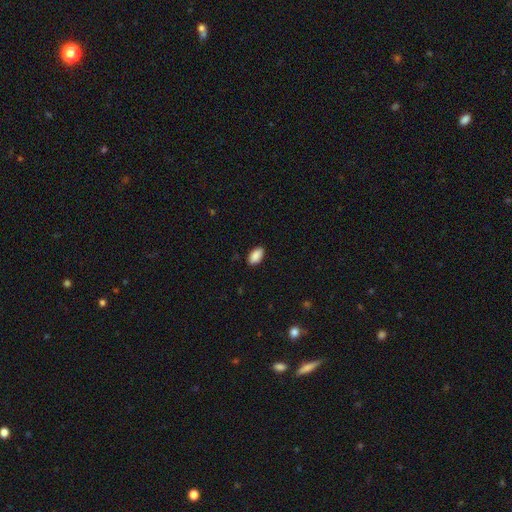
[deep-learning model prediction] Overall: smooth (90%). How rounded: in between (94%). Merging: none (88%).